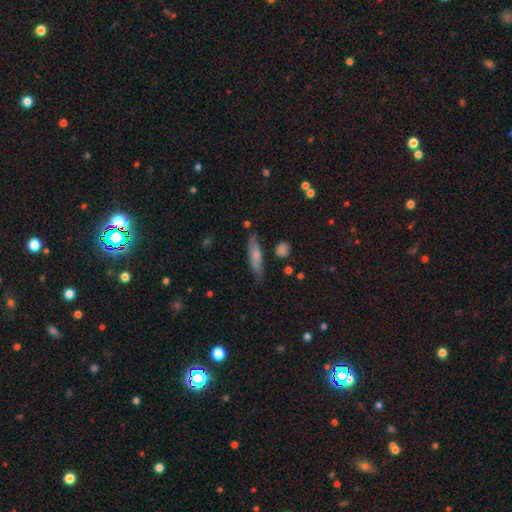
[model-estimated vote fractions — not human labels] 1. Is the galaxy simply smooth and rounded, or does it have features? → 64% smooth, 30% featured or disk, 6% star or artifact.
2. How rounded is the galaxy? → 71% cigar-shaped, 26% in between, 3% round.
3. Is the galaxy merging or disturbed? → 73% none, 20% minor disturbance, 4% major disturbance, 3% merger.